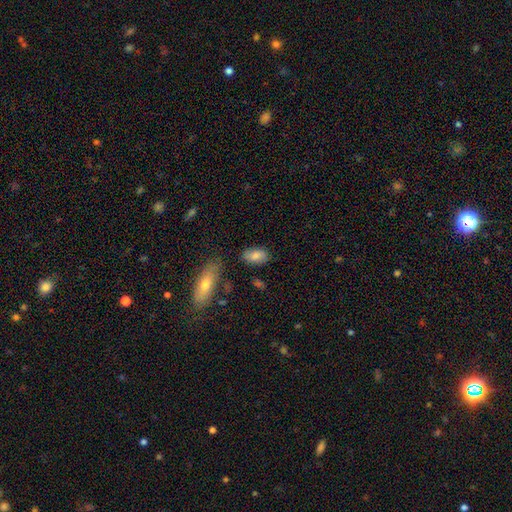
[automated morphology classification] The model was most divided on "merging": none: 78%, minor disturbance: 15%, merger: 4%, major disturbance: 3%. More confident: how rounded — in between (92%); smooth or featured — smooth (79%).